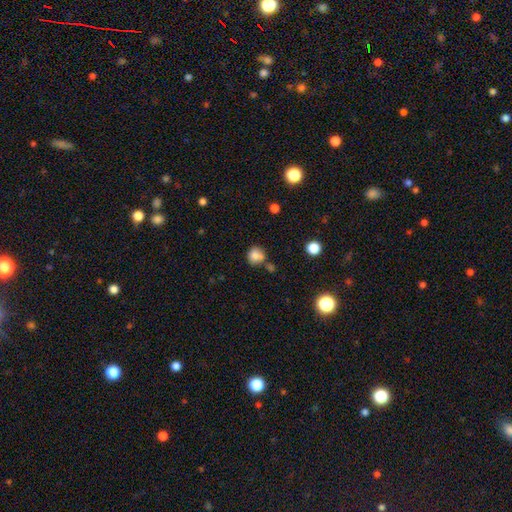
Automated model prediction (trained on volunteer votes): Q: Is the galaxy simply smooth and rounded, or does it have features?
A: smooth — 81%.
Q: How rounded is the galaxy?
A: round — 83%.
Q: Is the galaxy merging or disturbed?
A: none — 62%.